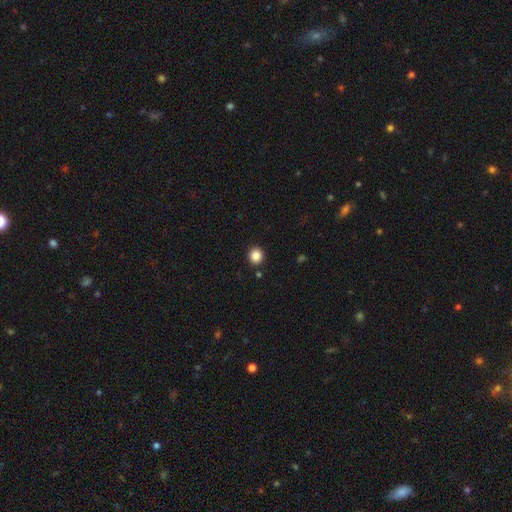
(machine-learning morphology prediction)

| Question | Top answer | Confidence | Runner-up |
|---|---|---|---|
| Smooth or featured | smooth | 86% | star or artifact (10%) |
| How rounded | round | 86% | in between (13%) |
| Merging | none | 91% | minor disturbance (6%) |